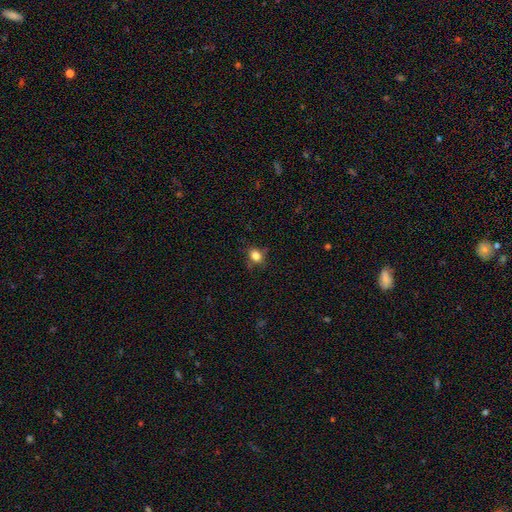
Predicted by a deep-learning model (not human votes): smooth_or_featured: smooth (p=0.82) [alt: star or artifact p=0.12]
how_rounded: round (p=0.52) [alt: in between p=0.47]
merging: none (p=0.75) [alt: minor disturbance p=0.19]